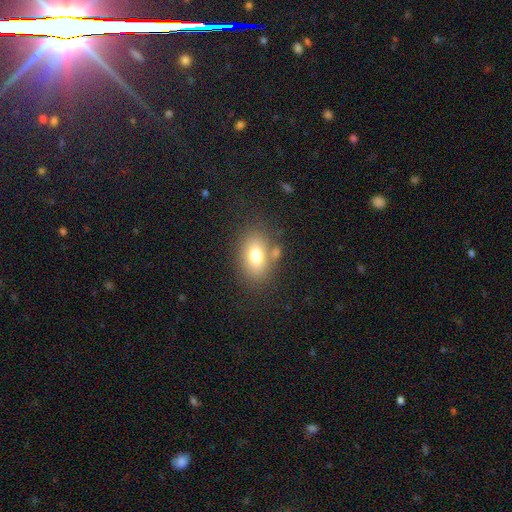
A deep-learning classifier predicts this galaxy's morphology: Smooth or featured? smooth (76%)
How rounded? in between (84%)
Merging? none (71%)